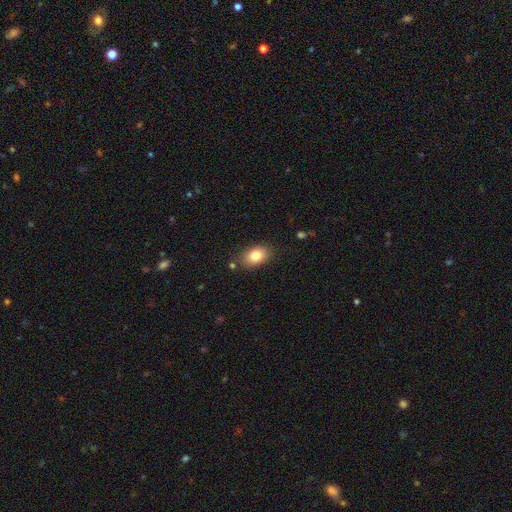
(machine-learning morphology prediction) This appears to be a smooth galaxy with no disk features (81%) that is in between round and cigar-shaped (82%). Merging: none (82%).